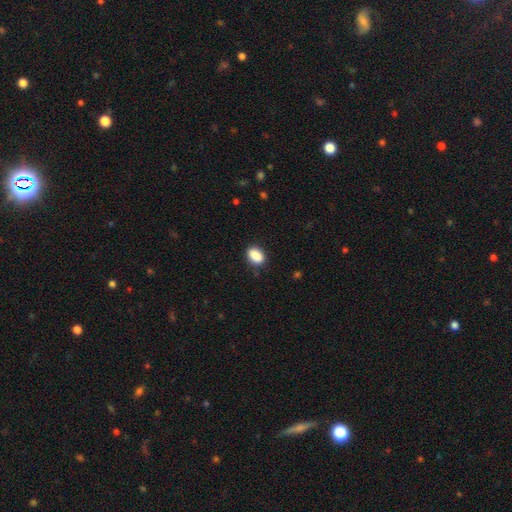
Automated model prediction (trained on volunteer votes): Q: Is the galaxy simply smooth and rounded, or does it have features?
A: smooth — 89%.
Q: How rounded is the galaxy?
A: in between — 83%.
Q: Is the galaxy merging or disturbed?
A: none — 84%.